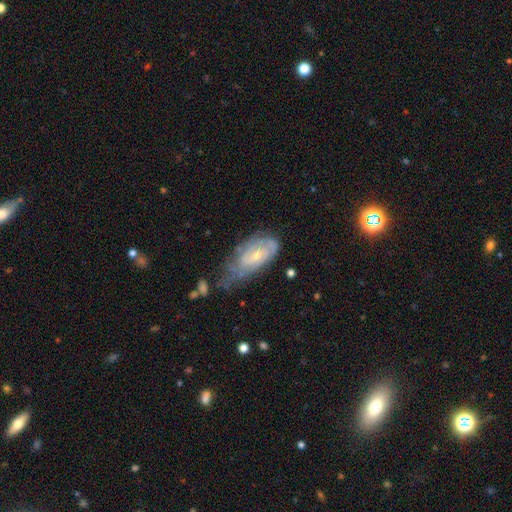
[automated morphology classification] Smooth or featured?
  - featured or disk: 70% *
  - smooth: 23%
  - star or artifact: 7%
Edge-on disk?
  - no: 93% *
  - yes: 7%
Bar?
  - no: 60% *
  - weak: 33%
  - strong: 7%
Spiral arms?
  - yes: 82% *
  - no: 18%
Spiral winding?
  - tight: 62% *
  - medium: 28%
  - loose: 10%
Spiral arm count?
  - can't tell: 51% *
  - 2: 28%
  - 3: 9%
  - 1: 6%
  - 4: 4%
  - more than 4: 2%
Bulge size?
  - small: 53% *
  - moderate: 43%
  - large: 2%
  - none: 1%
  - dominant: 1%
Merging?
  - minor disturbance: 35% *
  - none: 34%
  - major disturbance: 25%
  - merger: 5%